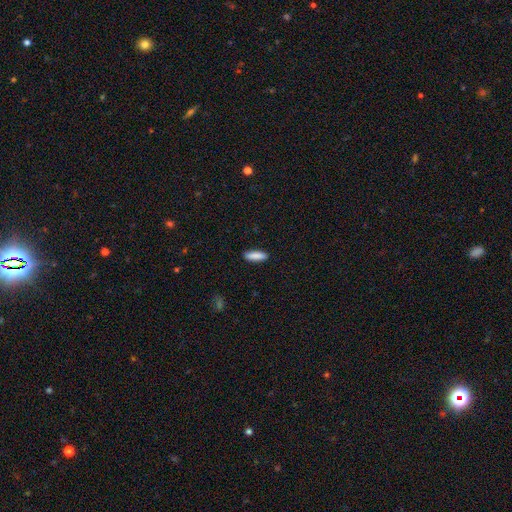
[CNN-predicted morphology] Smooth or featured? Predicted: smooth (p=0.88). How rounded? Predicted: cigar-shaped (p=0.63). Merging? Predicted: none (p=0.89).